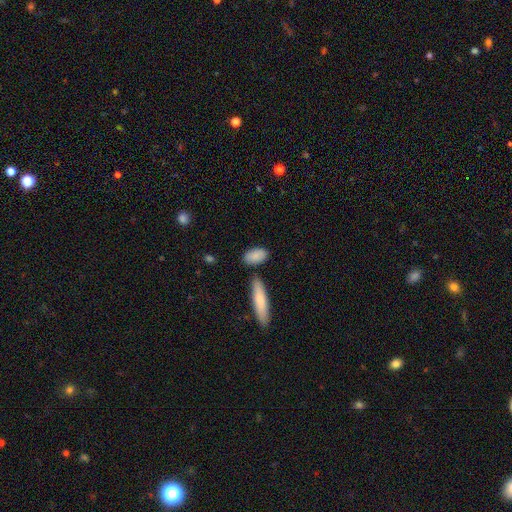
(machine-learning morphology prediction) Smooth or featured? Predicted: smooth (p=0.87). How rounded? Predicted: in between (p=0.87). Merging? Predicted: none (p=0.76).